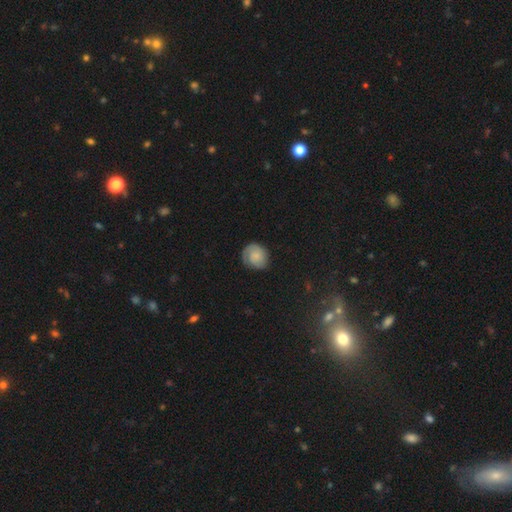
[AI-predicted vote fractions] A smooth galaxy with no disk features (47%). Merging: none (72%).